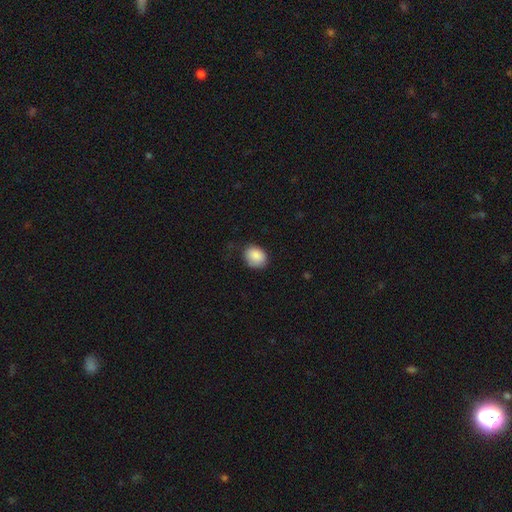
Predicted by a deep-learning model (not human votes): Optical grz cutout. It shows a smooth galaxy with no disk features (88%) that is in between round and cigar-shaped (55%). Merging: none (69%).